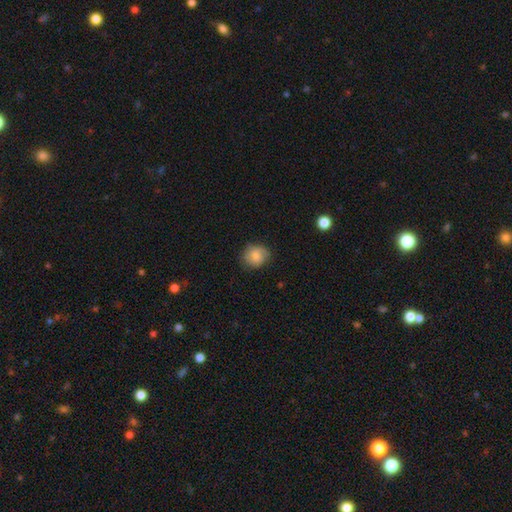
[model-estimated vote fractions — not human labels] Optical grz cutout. It shows a smooth galaxy with no disk features (77%) that is round (72%). Merging: none (75%).